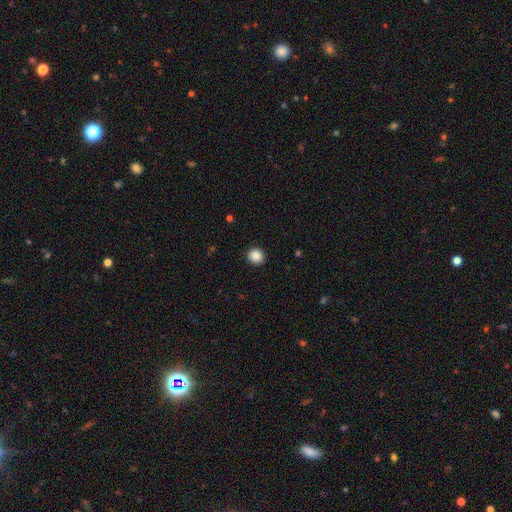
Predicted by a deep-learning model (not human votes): This appears to be a smooth galaxy with no disk features (87%) that is round (87%). Merging: none (91%).